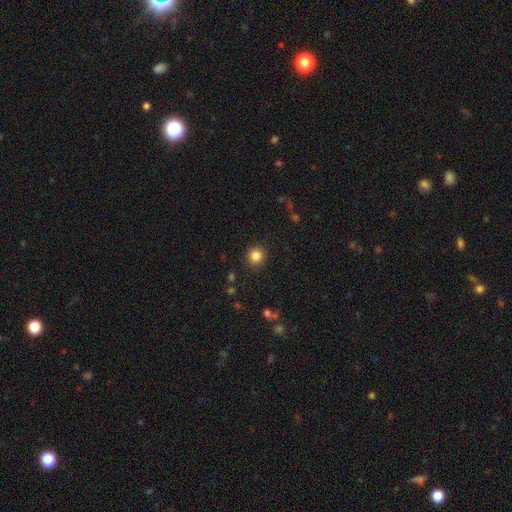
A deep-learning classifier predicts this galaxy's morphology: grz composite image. It shows a smooth galaxy with no disk features (83%) that is round (91%). Merging: none (91%).